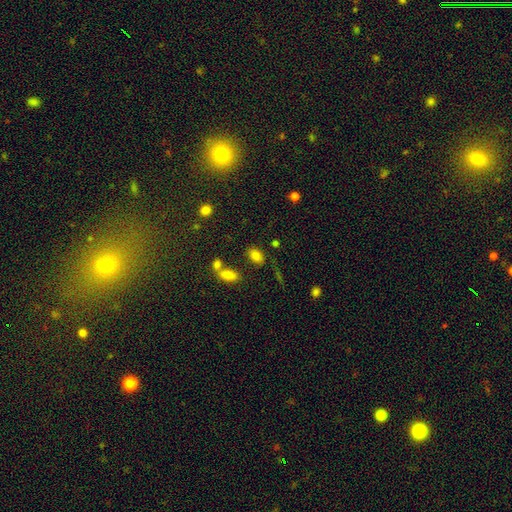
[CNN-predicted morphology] Overall: smooth (81%). How rounded: in between (86%). Merging: none (71%).